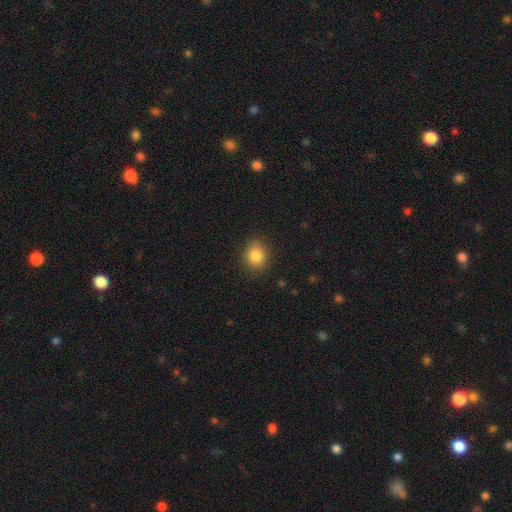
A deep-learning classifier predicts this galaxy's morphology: smooth_or_featured: smooth (p=0.84) [alt: star or artifact p=0.10]
how_rounded: round (p=0.67) [alt: in between p=0.32]
merging: none (p=0.86) [alt: minor disturbance p=0.10]